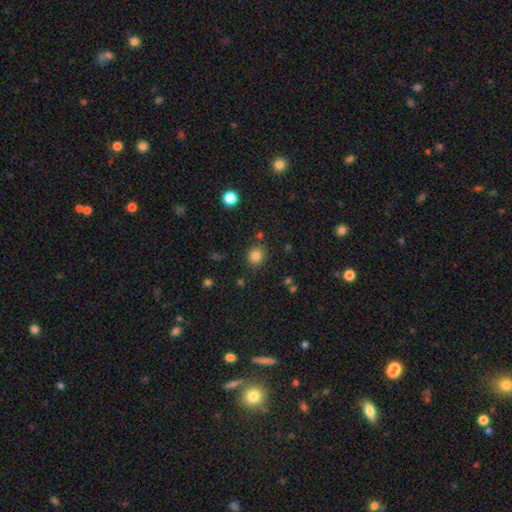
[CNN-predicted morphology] Q: Smooth or featured?
A: smooth (82%); runner-up: star or artifact (12%)
Q: How rounded?
A: round (84%); runner-up: in between (15%)
Q: Merging?
A: none (83%); runner-up: minor disturbance (9%)